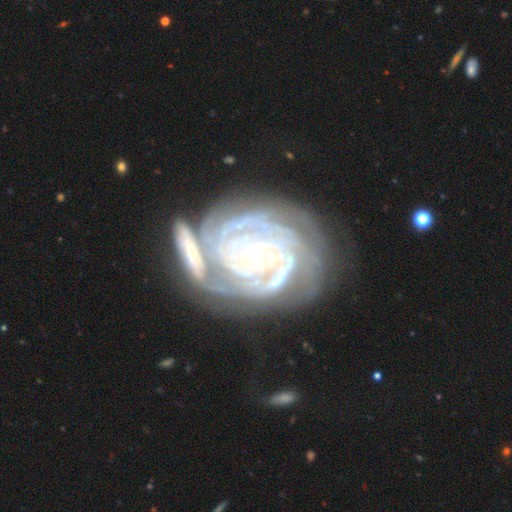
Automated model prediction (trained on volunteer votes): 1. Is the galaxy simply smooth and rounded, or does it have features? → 90% featured or disk, 5% star or artifact, 5% smooth.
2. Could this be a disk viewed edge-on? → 97% no, 3% yes.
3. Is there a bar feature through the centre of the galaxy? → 67% no, 20% weak, 13% strong.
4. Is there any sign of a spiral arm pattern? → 97% yes, 3% no.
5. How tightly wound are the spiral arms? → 84% tight, 14% medium, 3% loose.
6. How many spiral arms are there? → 25% can't tell, 21% 3, 20% 4, 17% 2, 11% more than 4, 7% 1.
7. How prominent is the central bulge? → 80% small, 16% moderate, 2% large, 1% none, 1% dominant.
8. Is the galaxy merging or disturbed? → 43% none, 31% merger, 17% minor disturbance, 9% major disturbance.